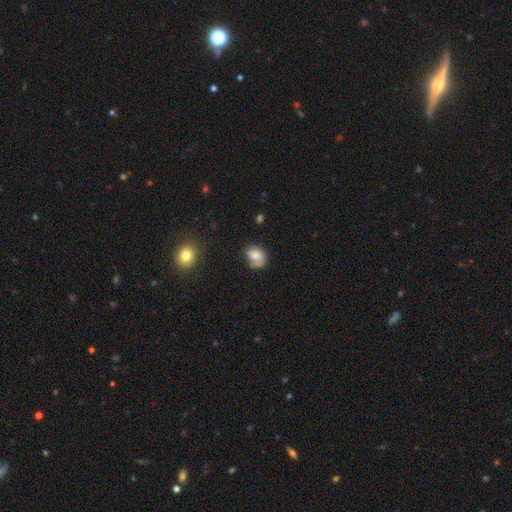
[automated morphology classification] Smooth or featured? smooth (70%)
How rounded? in between (58%)
Merging? none (49%)